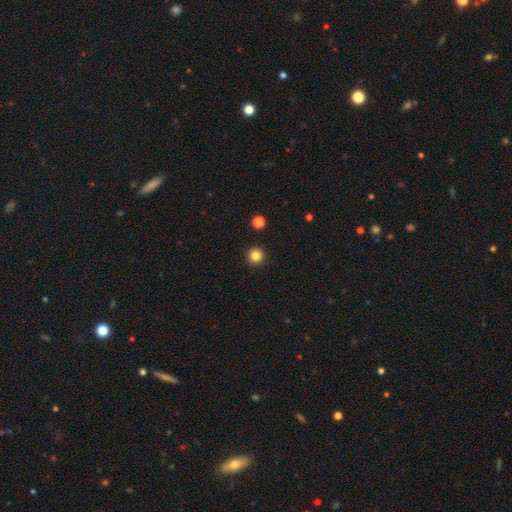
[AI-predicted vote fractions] This appears to be a smooth galaxy with no disk features (84%) that is round (96%). Merging: none (93%).